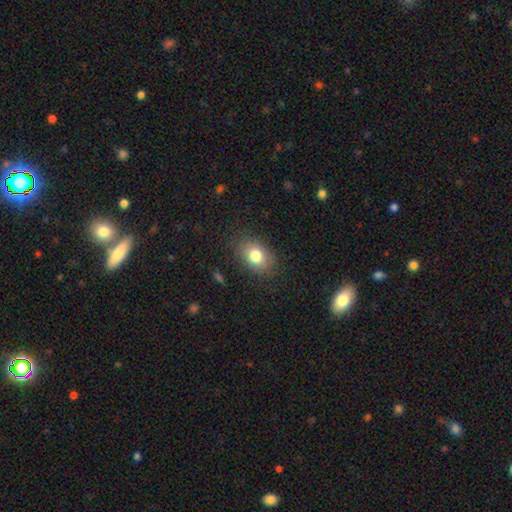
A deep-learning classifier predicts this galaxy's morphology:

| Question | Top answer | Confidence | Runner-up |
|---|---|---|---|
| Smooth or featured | smooth | 79% | featured or disk (11%) |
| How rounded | in between | 71% | round (28%) |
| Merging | none | 83% | minor disturbance (12%) |